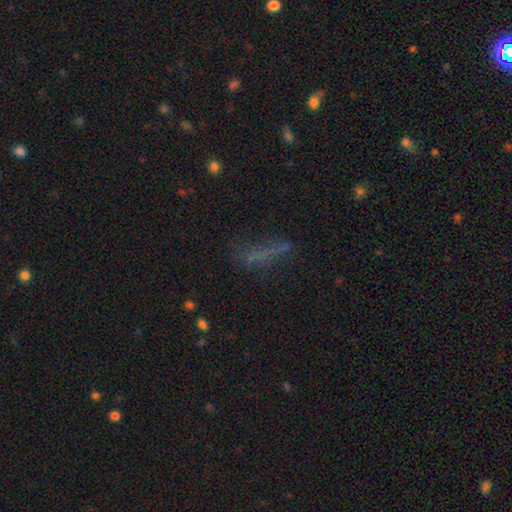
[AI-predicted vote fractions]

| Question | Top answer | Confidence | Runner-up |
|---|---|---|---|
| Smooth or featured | smooth | 51% | featured or disk (25%) |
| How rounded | cigar-shaped | 68% | in between (27%) |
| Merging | none | 51% | major disturbance (24%) |